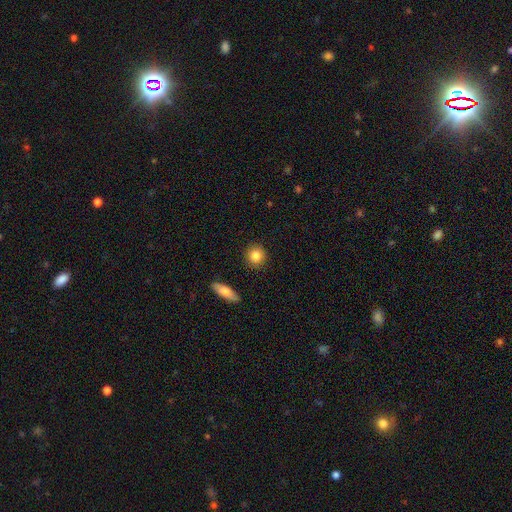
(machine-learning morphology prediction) A smooth galaxy with no disk features (84%) that is round (88%).

Vote fractions:
- Smooth or featured? smooth: 84% / star or artifact: 8% / featured or disk: 7%
- How rounded? round: 88% / in between: 10% / cigar-shaped: 2%
- Merging? none: 90% / minor disturbance: 7% / major disturbance: 2% / merger: 2%